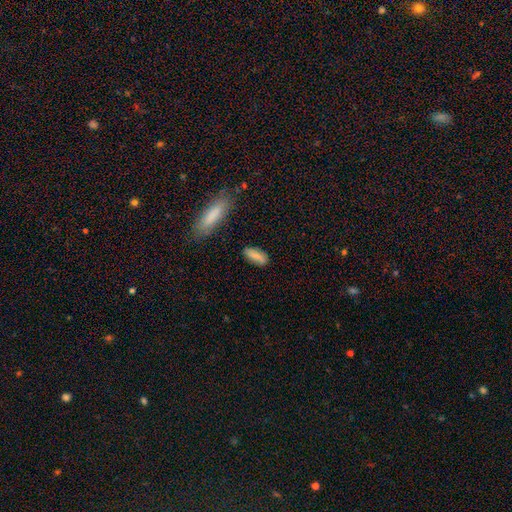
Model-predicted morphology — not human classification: Overall: smooth (80%). How rounded: in between (70%). Merging: none (79%).